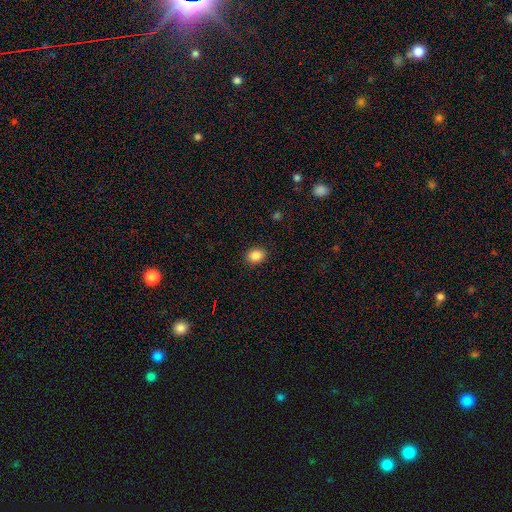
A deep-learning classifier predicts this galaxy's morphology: A smooth galaxy with no disk features (87%) that is in between round and cigar-shaped (55%). Merging: none (90%).